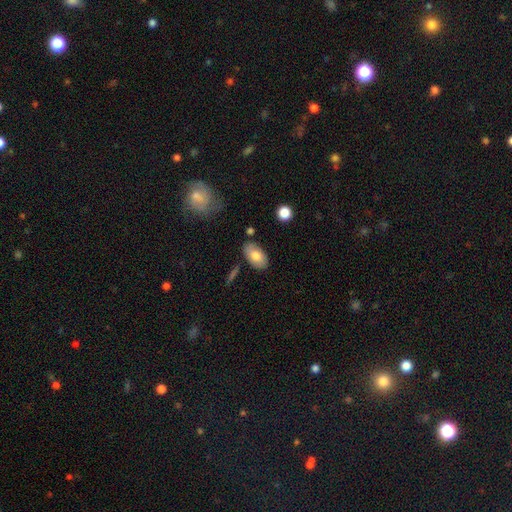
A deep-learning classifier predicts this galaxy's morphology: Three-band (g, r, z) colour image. It shows a smooth galaxy with no disk features (76%) that is in between round and cigar-shaped (94%). Merging: none (80%).